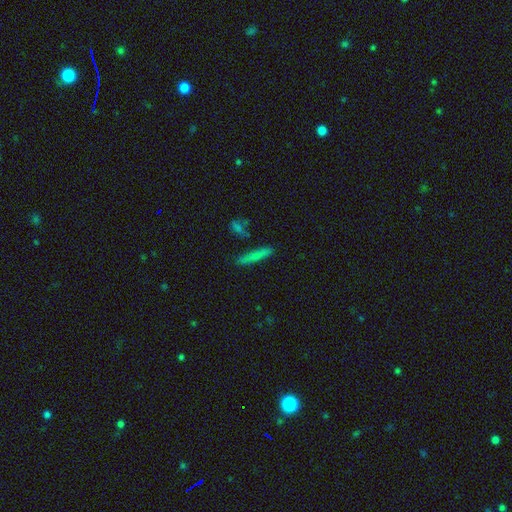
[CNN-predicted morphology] Overall: smooth (72%). How rounded: cigar-shaped (91%). Merging: none (81%).